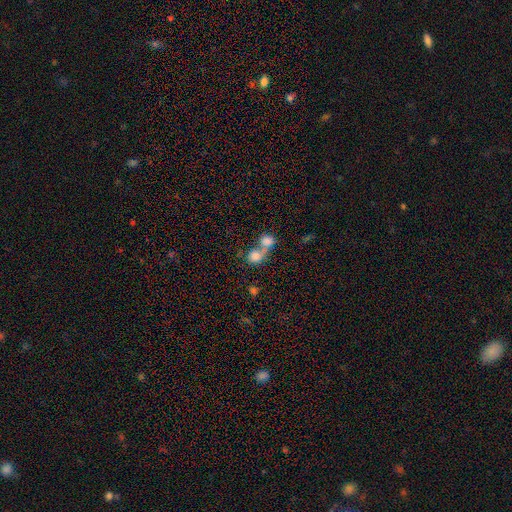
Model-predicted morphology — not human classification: smooth_or_featured: smooth (p=0.78) [alt: featured or disk p=0.13]
how_rounded: round (p=0.66) [alt: in between p=0.32]
merging: merger (p=0.70) [alt: none p=0.20]